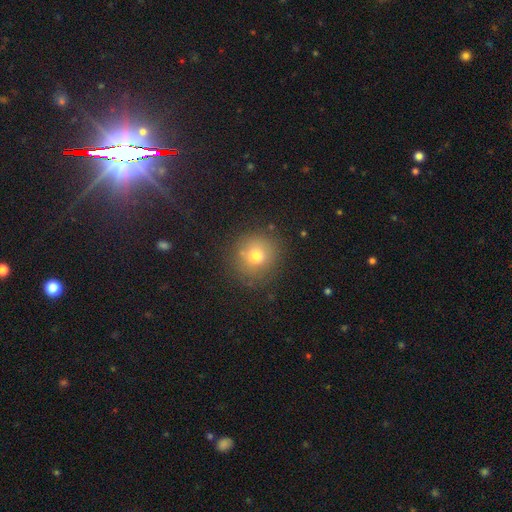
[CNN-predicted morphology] Smooth or featured: smooth — 74% (star or artifact — 14%)
How rounded: round — 90% (in between — 9%)
Merging: none — 83% (minor disturbance — 11%)